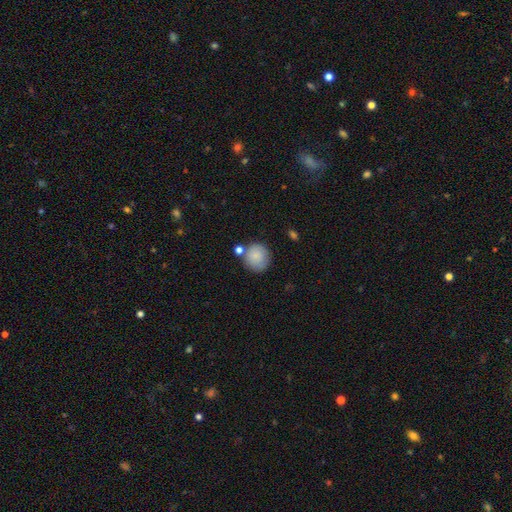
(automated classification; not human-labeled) This is clearly a smooth galaxy (85%). How rounded: clearly round (88%). Merging: likely none (71%).